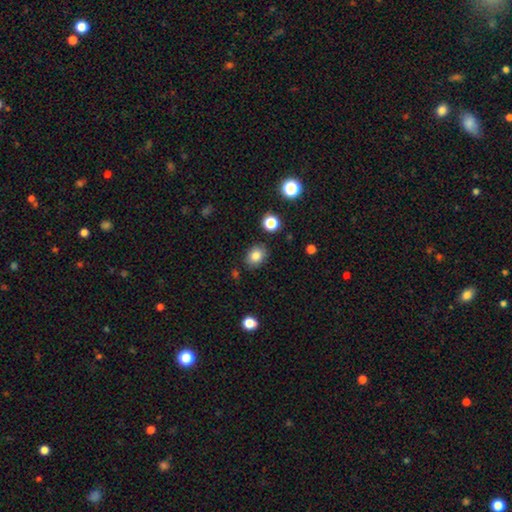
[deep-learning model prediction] Smooth or featured? smooth (82%)
How rounded? in between (51%)
Merging? none (84%)